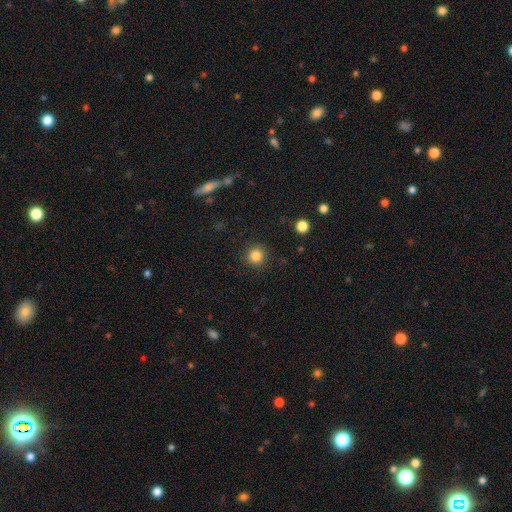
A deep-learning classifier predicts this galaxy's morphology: The model was most divided on "smooth or featured": smooth: 85%, star or artifact: 11%, featured or disk: 4%. More confident: how rounded — round (94%); merging — none (90%).